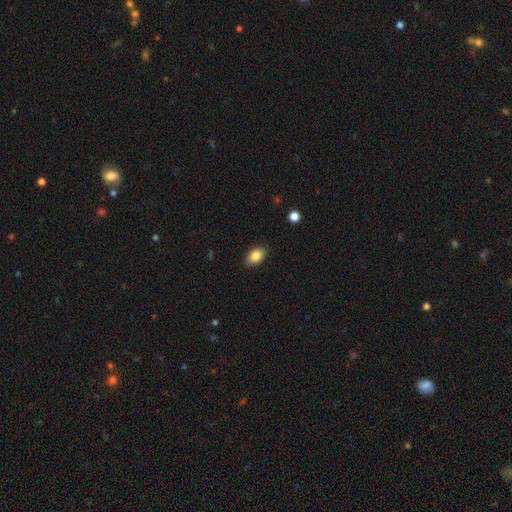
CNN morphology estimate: Smooth or featured: smooth — 85% (star or artifact — 8%)
How rounded: in between — 88% (round — 11%)
Merging: none — 86% (minor disturbance — 11%)